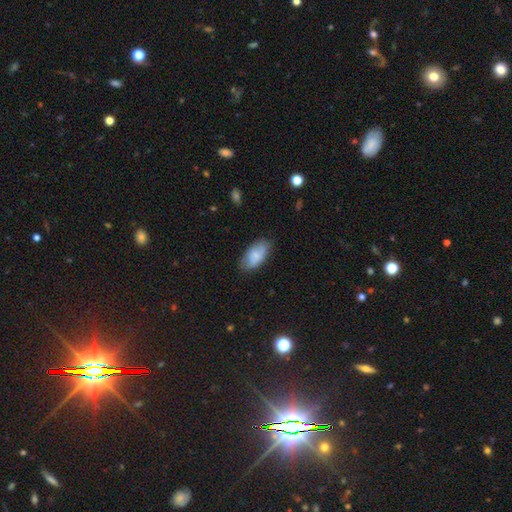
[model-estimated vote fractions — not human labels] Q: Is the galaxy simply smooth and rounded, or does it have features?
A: smooth — 78%.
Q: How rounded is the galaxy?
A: in between — 93%.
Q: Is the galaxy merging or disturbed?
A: none — 76%.